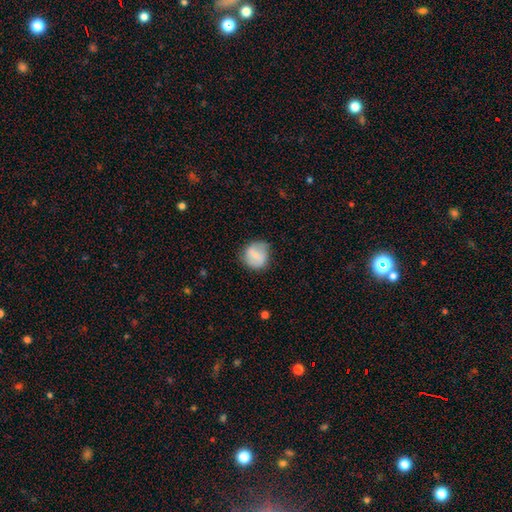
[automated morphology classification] Smooth or featured?
  - smooth: 71% *
  - featured or disk: 22%
  - star or artifact: 7%
How rounded?
  - round: 83% *
  - in between: 16%
  - cigar-shaped: 1%
Merging?
  - none: 71% *
  - minor disturbance: 20%
  - major disturbance: 6%
  - merger: 2%